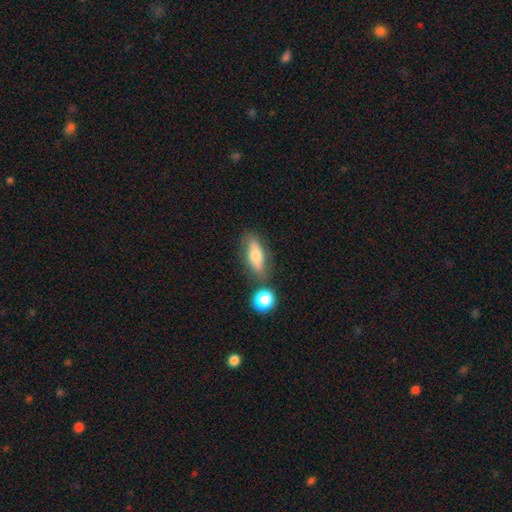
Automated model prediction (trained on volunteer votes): Morphology: type=smooth (67%); roundness=in between (69%); merging=none (72%).